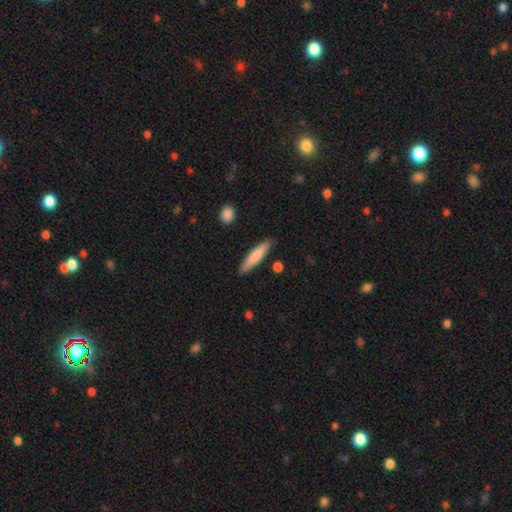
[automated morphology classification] Smooth or featured: smooth — 76% (featured or disk — 18%)
How rounded: cigar-shaped — 85% (in between — 14%)
Merging: none — 87% (minor disturbance — 9%)